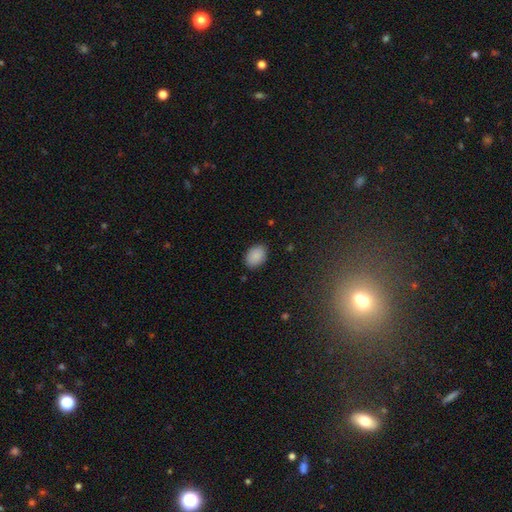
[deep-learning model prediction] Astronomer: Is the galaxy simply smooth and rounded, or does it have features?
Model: smooth — 89%.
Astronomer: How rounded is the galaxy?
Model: in between — 82%.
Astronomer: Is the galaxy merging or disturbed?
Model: none — 87%.